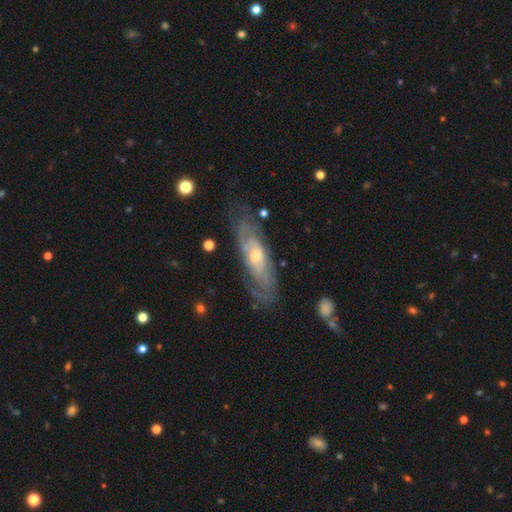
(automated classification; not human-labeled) Smooth or featured? featured or disk (80%)
Edge-on disk? no (80%)
Bar? no (64%)
Spiral arms? yes (85%)
Spiral winding? tight (61%)
Spiral arm count? can't tell (53%)
Bulge size? moderate (48%)
Merging? none (72%)